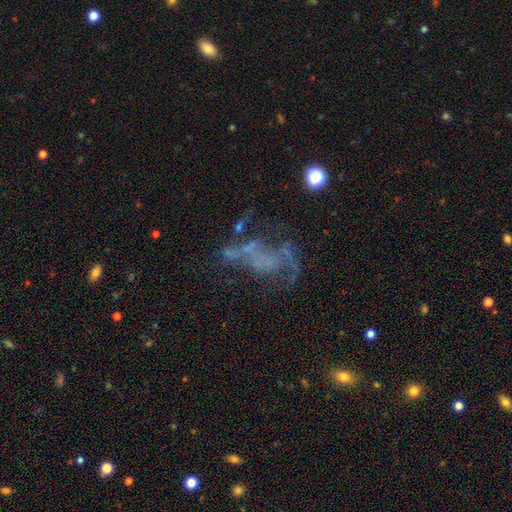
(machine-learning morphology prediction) This is possibly a featured or disk galaxy (57%). It is clearly not viewed edge-on (95%). Bar: clearly no (85%). Spiral arm pattern: likely no (71%). Central bulge: clearly none (81%). Merging: marginally major disturbance (39%).